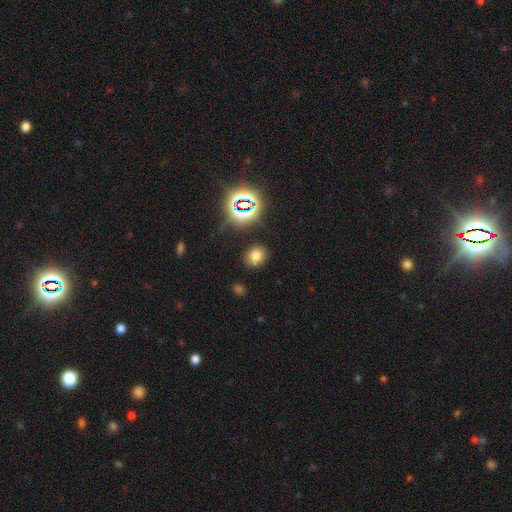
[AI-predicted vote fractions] This is likely a smooth galaxy (70%). How rounded: likely round (66%). Merging: clearly none (86%).